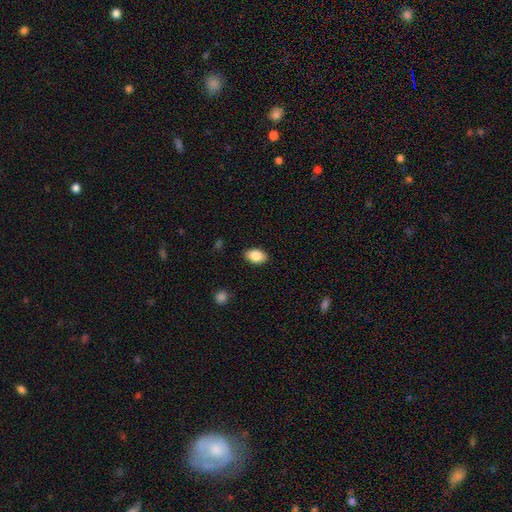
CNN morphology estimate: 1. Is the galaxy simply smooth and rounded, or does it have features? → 86% smooth, 7% star or artifact, 6% featured or disk.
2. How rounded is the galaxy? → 90% in between, 8% round, 1% cigar-shaped.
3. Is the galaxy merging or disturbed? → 88% none, 9% minor disturbance, 2% major disturbance, 1% merger.